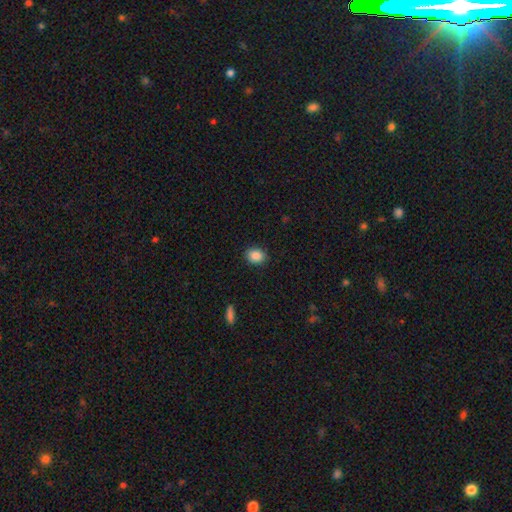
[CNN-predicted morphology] Overall: smooth (86%). How rounded: in between (50%; round 49%). Merging: none (88%).